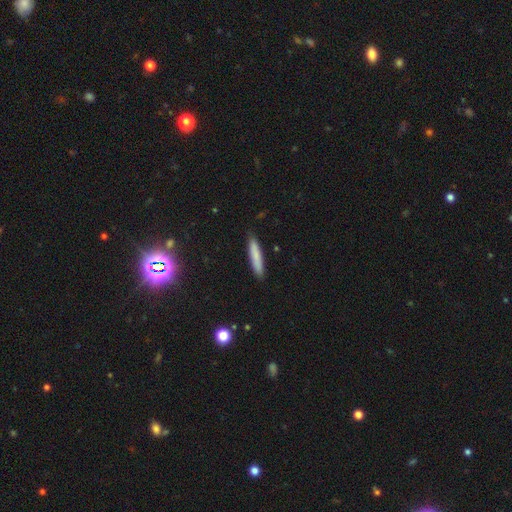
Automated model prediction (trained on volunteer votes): Smooth or featured? smooth (80%)
How rounded? cigar-shaped (90%)
Merging? none (87%)